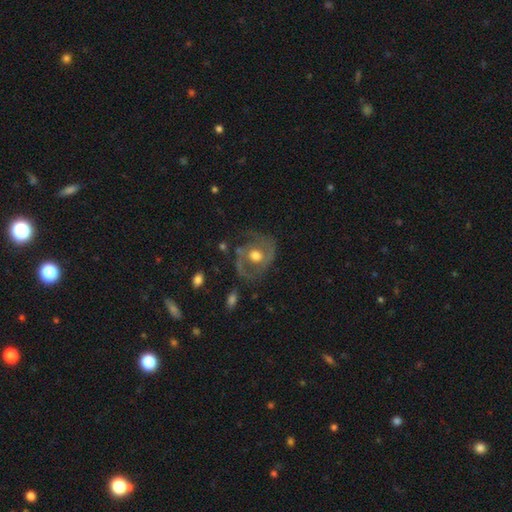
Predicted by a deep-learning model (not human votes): The model was most divided on "merging": none: 59%, minor disturbance: 21%, major disturbance: 17%, merger: 3%. More confident: edge-on disk — no (96%); smooth or featured — featured or disk (71%); bar — no (71%); bulge size — moderate (70%); spiral arms — yes (70%).